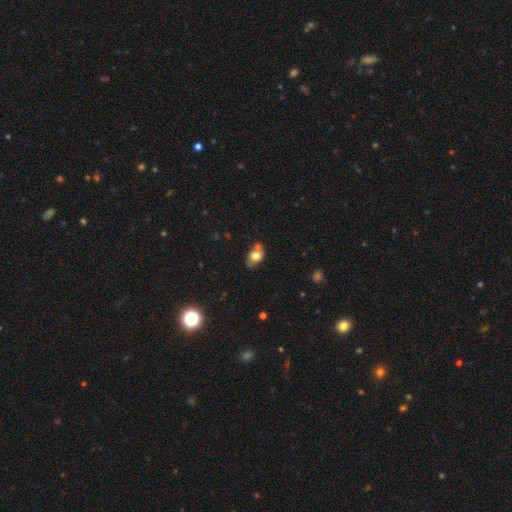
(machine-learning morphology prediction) smooth 67%, featured or disk 24%, star or artifact 10%. Down the decision tree: how rounded — in between (77%); merging — none (54%).